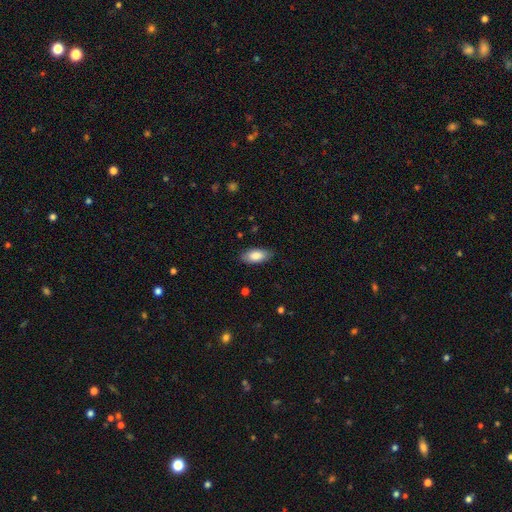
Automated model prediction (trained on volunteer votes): Q: Smooth or featured?
A: smooth (84%); runner-up: featured or disk (10%)
Q: How rounded?
A: in between (90%); runner-up: cigar-shaped (8%)
Q: Merging?
A: none (84%); runner-up: minor disturbance (13%)